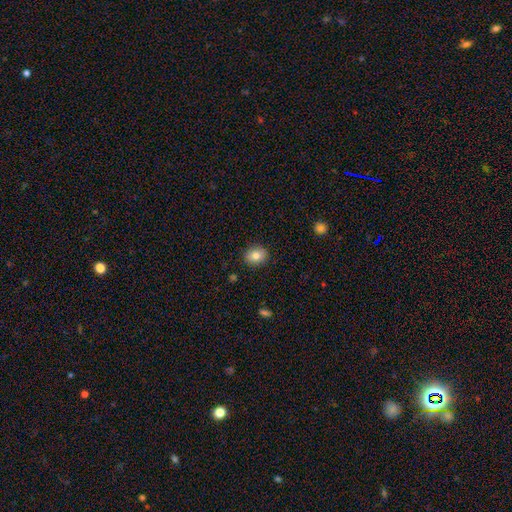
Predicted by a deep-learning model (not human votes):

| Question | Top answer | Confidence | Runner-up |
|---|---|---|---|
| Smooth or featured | smooth | 82% | featured or disk (9%) |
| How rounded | round | 55% | in between (44%) |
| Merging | none | 89% | minor disturbance (8%) |